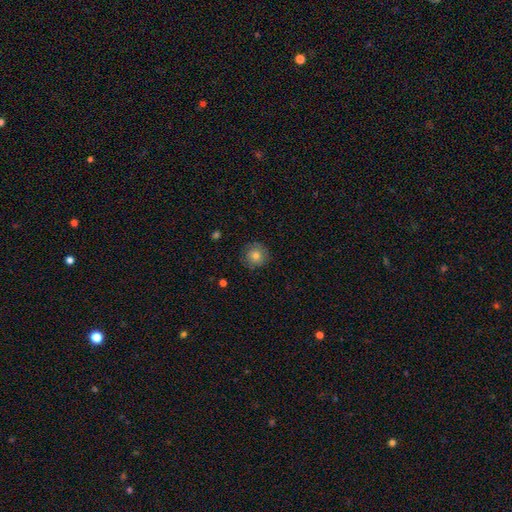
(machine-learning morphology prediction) smooth_or_featured: smooth (p=0.76) [alt: featured or disk p=0.14]
how_rounded: round (p=0.95) [alt: in between p=0.04]
merging: none (p=0.86) [alt: minor disturbance p=0.10]